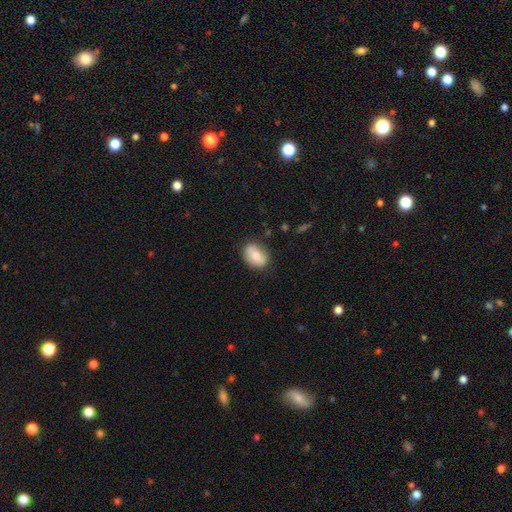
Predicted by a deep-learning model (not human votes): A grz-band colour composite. It shows a smooth galaxy with no disk features (71%) that is in between round and cigar-shaped (71%). Merging: none (80%).